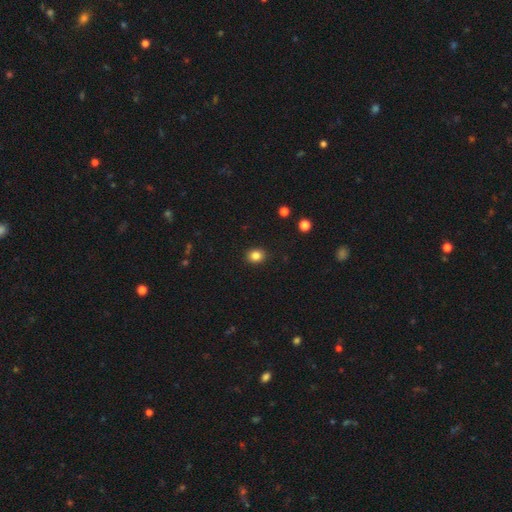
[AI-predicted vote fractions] Smooth or featured: smooth — 84% (star or artifact — 11%)
How rounded: round — 61% (in between — 38%)
Merging: none — 90% (minor disturbance — 7%)